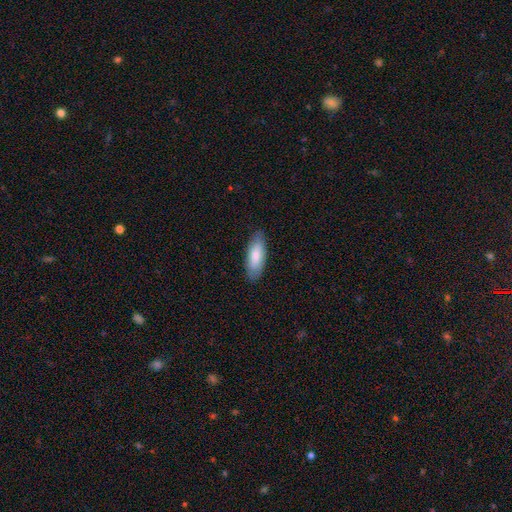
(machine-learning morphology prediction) type=smooth (81%); roundness=in between (70%); merging=none (85%).